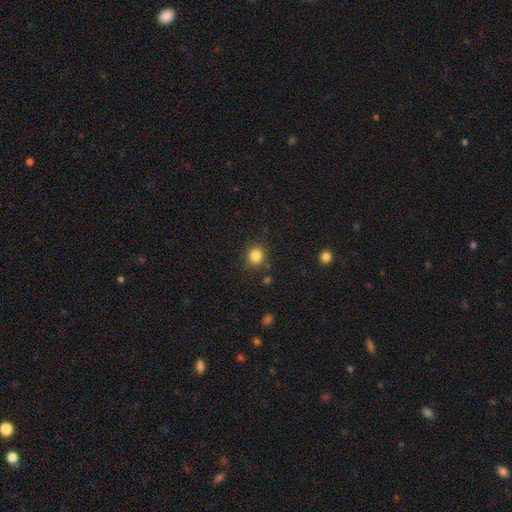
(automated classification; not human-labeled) This appears to be a smooth galaxy with no disk features (84%) that is round (81%). Merging: none (84%).